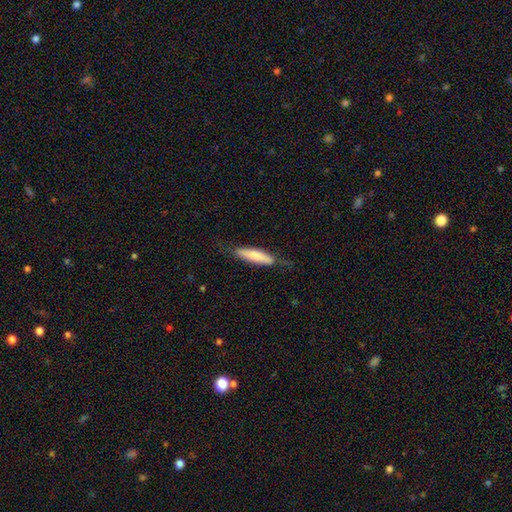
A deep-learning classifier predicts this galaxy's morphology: This appears to be a smooth galaxy with no disk features (71%) that is cigar-shaped (76%). Merging: none (74%).